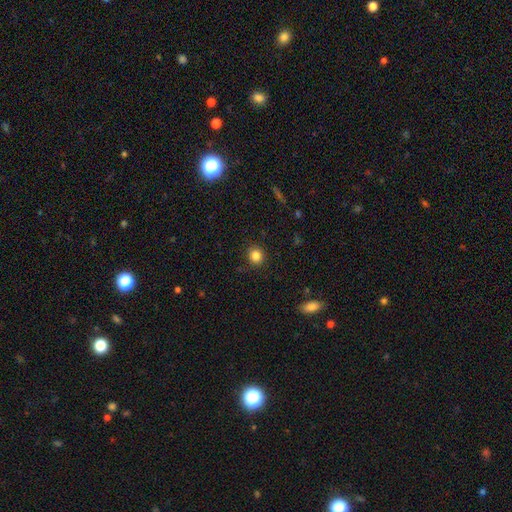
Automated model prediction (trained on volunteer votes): smooth 84%, star or artifact 11%, featured or disk 5%. Down the decision tree: how rounded — round (85%); merging — none (89%).